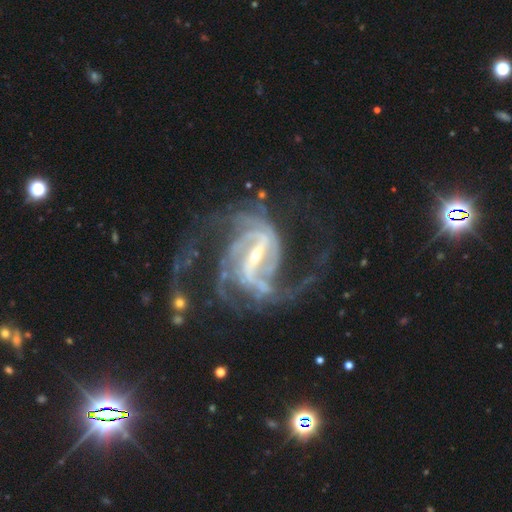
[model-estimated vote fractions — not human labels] A featured or disk galaxy (93%) with a strong bar (69%), 2 (40%) medium (51%) spiral arms (98%) and a small central bulge (68%).

Vote fractions:
- Smooth or featured? featured or disk: 93% / star or artifact: 5% / smooth: 2%
- Edge-on disk? no: 98% / yes: 2%
- Bar? strong: 69% / weak: 25% / no: 6%
- Spiral arms? yes: 98% / no: 2%
- Spiral winding? medium: 51% / loose: 26% / tight: 23%
- Spiral arm count? 2: 40% / 3: 21% / 4: 12% / can't tell: 12% / more than 4: 7% / 1: 7%
- Bulge size? small: 68% / moderate: 27% / large: 2% / none: 2% / dominant: 1%
- Merging? none: 53% / major disturbance: 29% / minor disturbance: 15% / merger: 3%